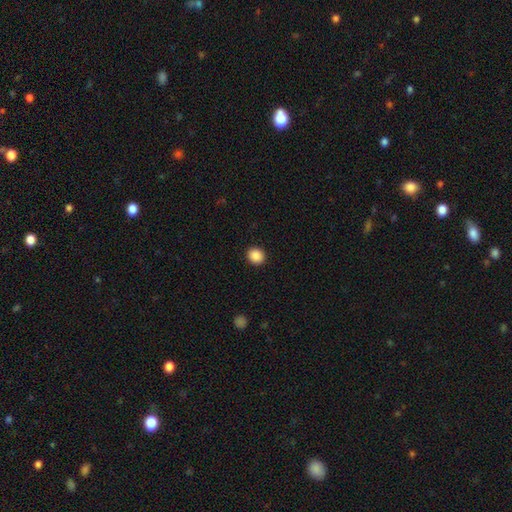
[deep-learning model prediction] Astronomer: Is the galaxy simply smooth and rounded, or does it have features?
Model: smooth — 89%.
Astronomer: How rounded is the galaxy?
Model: round — 83%.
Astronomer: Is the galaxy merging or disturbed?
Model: none — 93%.